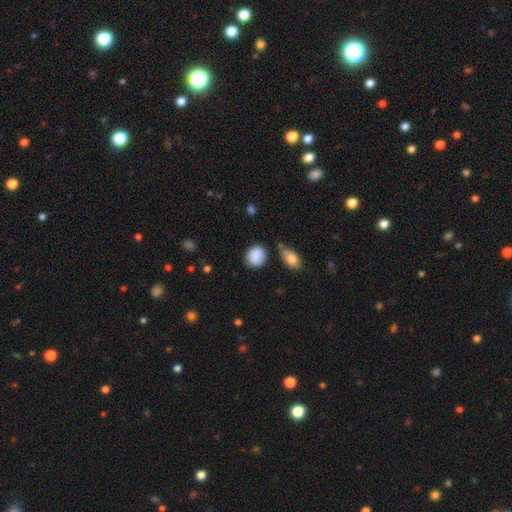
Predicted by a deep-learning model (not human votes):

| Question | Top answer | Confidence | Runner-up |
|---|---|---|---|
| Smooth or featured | smooth | 87% | star or artifact (8%) |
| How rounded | round | 73% | in between (25%) |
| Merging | none | 71% | minor disturbance (19%) |